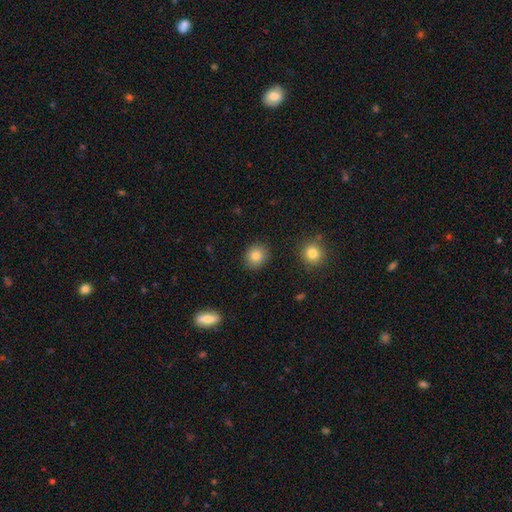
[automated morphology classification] This appears to be a smooth galaxy with no disk features (83%) that is round (77%). Merging: none (88%).